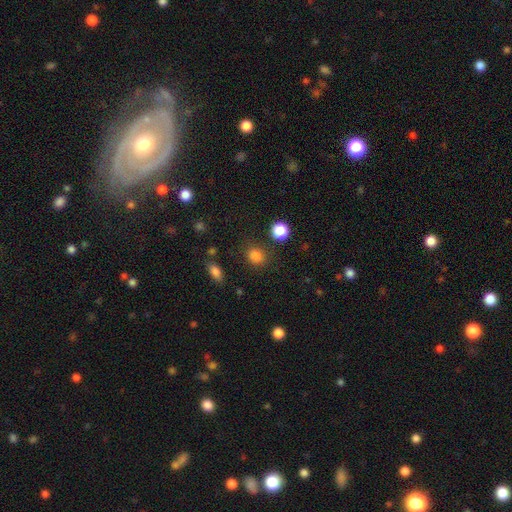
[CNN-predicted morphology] Q: Smooth or featured?
A: smooth (83%); runner-up: star or artifact (14%)
Q: How rounded?
A: round (57%); runner-up: in between (41%)
Q: Merging?
A: none (79%); runner-up: minor disturbance (12%)